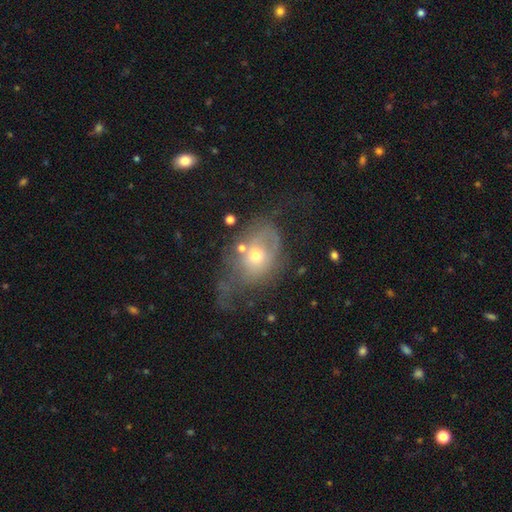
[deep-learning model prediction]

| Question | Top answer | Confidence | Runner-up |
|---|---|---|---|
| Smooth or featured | smooth | 46% | featured or disk (43%) |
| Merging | major disturbance | 41% | none (27%) |